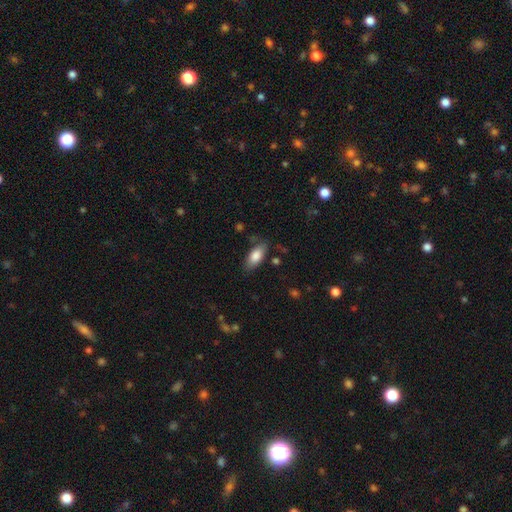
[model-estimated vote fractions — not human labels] A smooth galaxy with no disk features (82%) that is in between round and cigar-shaped (86%).

Vote fractions:
- Smooth or featured? smooth: 82% / featured or disk: 12% / star or artifact: 7%
- How rounded? in between: 86% / cigar-shaped: 12% / round: 3%
- Merging? none: 76% / minor disturbance: 17% / major disturbance: 4% / merger: 3%